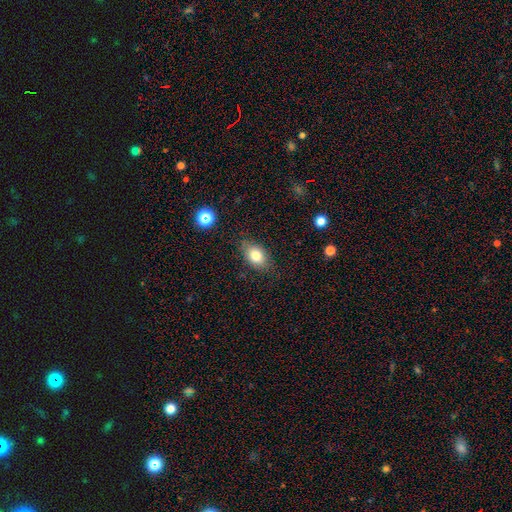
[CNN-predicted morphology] smooth 79%, featured or disk 12%, star or artifact 9%. Down the decision tree: how rounded — in between (83%); merging — none (80%).